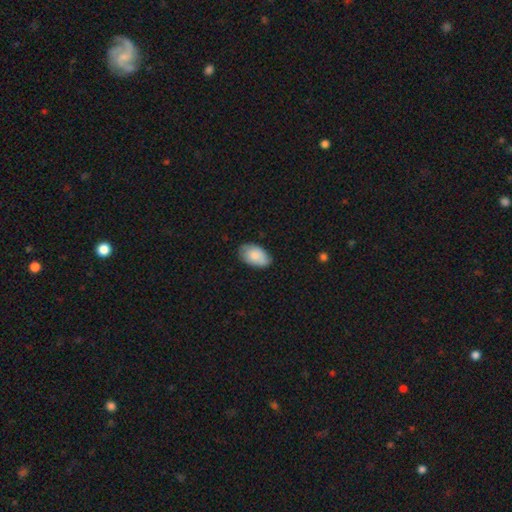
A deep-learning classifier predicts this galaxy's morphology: Smooth or featured? Predicted: smooth (p=0.80). How rounded? Predicted: in between (p=0.93). Merging? Predicted: none (p=0.75).